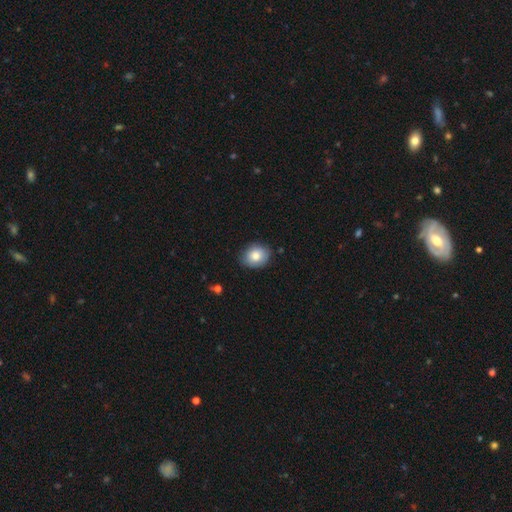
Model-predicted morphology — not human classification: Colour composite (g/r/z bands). It shows a smooth galaxy with no disk features (82%) that is in between round and cigar-shaped (54%). Merging: none (80%).